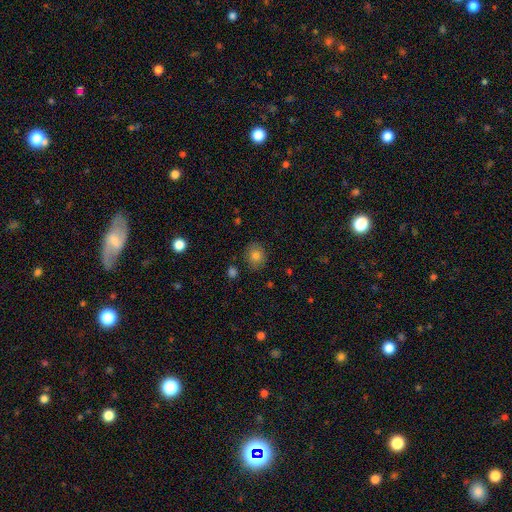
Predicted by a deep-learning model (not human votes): Overall: smooth (80%). How rounded: round (70%). Merging: none (83%).